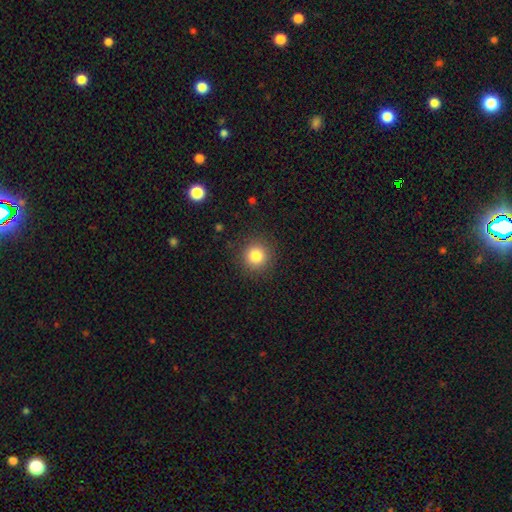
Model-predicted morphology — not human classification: A smooth galaxy with no disk features (83%) that is round (94%).

Vote fractions:
- Smooth or featured? smooth: 83% / star or artifact: 11% / featured or disk: 6%
- How rounded? round: 94% / in between: 5% / cigar-shaped: 1%
- Merging? none: 90% / minor disturbance: 7% / major disturbance: 3% / merger: 1%